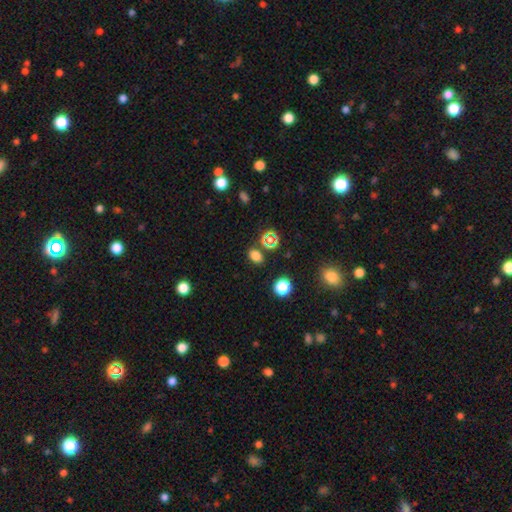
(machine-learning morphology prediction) Overall: smooth (73%). How rounded: in between (68%; round 30%). Merging: none (82%).